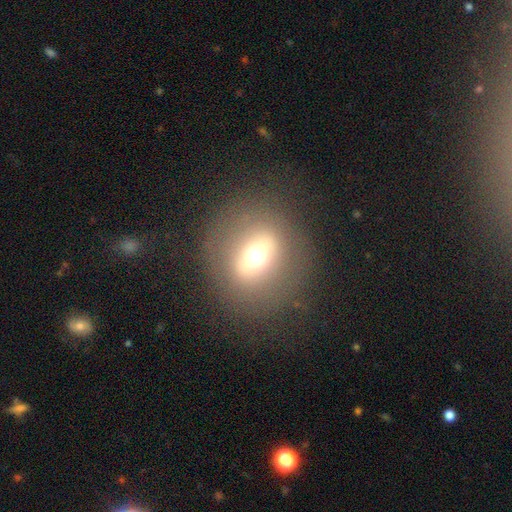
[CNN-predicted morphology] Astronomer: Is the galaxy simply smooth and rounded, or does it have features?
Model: smooth — 49% (runner-up: featured or disk, 37%).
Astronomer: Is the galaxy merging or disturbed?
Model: none — 82%.